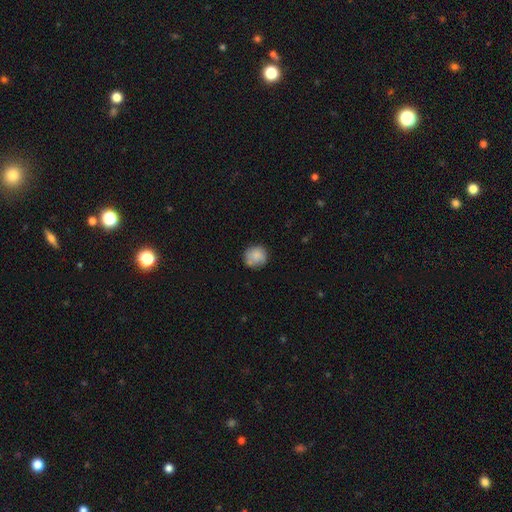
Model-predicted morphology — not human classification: This appears to be a smooth galaxy with no disk features (81%) that is round (87%). Merging: none (72%).